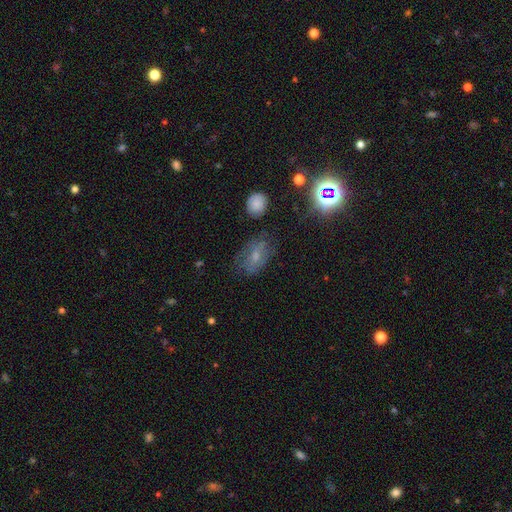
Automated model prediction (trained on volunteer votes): A smooth galaxy with no disk features (41%). Merging: none (61%).